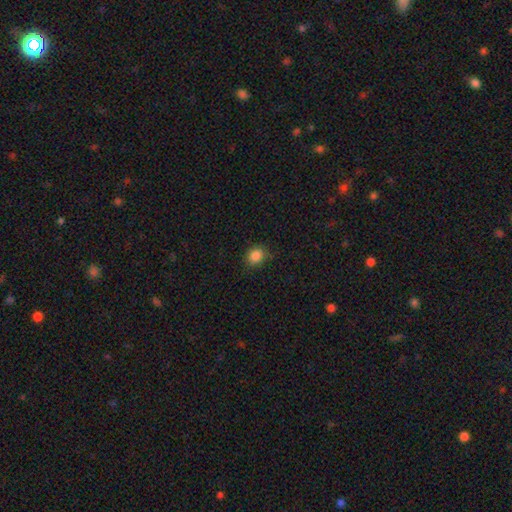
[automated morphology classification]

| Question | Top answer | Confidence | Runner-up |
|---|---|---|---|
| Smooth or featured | smooth | 85% | star or artifact (11%) |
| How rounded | round | 60% | in between (39%) |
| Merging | none | 84% | minor disturbance (12%) |